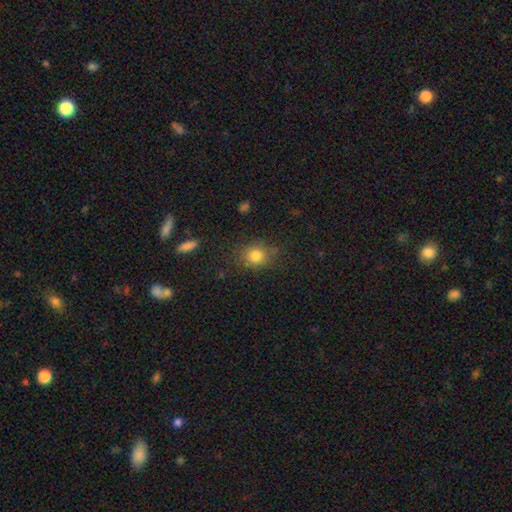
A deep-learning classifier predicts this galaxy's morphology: Smooth or featured? Predicted: smooth (p=0.82). How rounded? Predicted: round (p=0.73). Merging? Predicted: none (p=0.79).